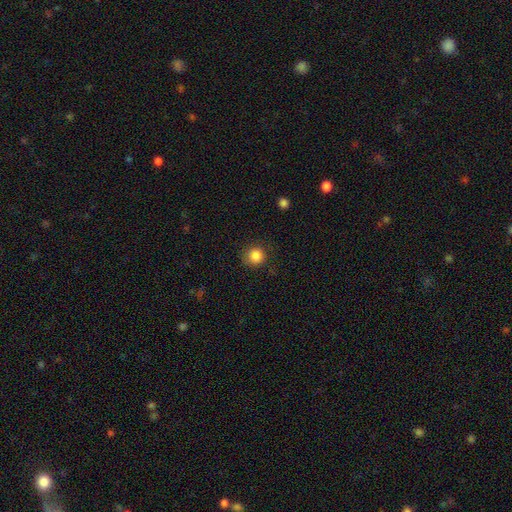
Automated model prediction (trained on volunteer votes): Smooth or featured? Predicted: smooth (p=0.84). How rounded? Predicted: round (p=0.91). Merging? Predicted: none (p=0.84).